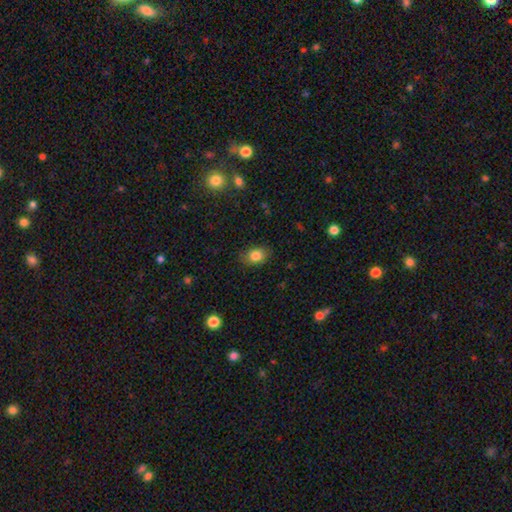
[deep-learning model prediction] A smooth galaxy with no disk features (83%) that is in between round and cigar-shaped (72%).

Vote fractions:
- Smooth or featured? smooth: 83% / star or artifact: 9% / featured or disk: 8%
- How rounded? in between: 72% / round: 27% / cigar-shaped: 1%
- Merging? none: 83% / minor disturbance: 13% / major disturbance: 3% / merger: 1%